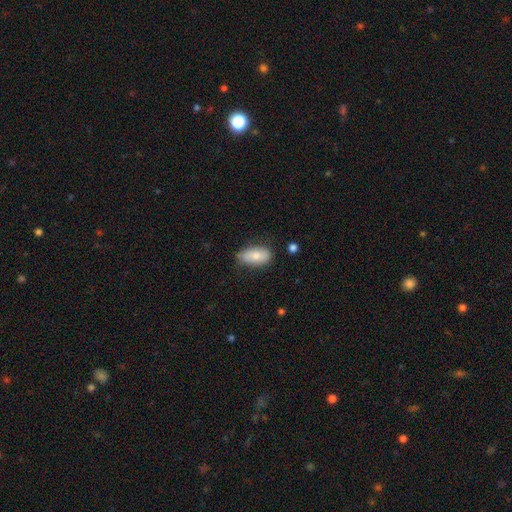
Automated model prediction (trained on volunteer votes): This is likely a smooth galaxy (79%). How rounded: clearly in between (90%). Merging: likely none (71%).